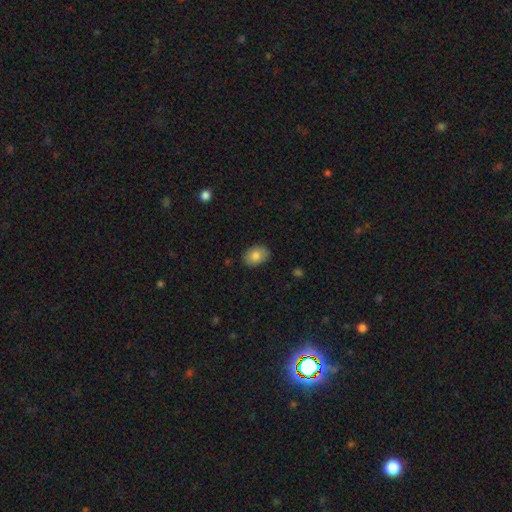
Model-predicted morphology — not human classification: smooth-or-featured: smooth: 82% | featured or disk: 10% | star or artifact: 8%
  how-rounded: in between: 82% | round: 17% | cigar-shaped: 1%
  merging: none: 86% | minor disturbance: 11% | major disturbance: 2% | merger: 1%